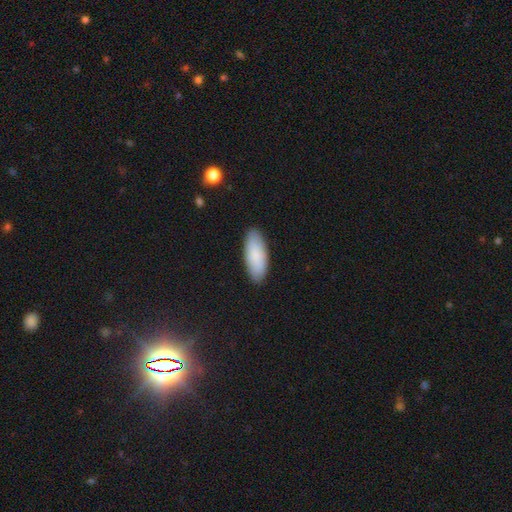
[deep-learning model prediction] smooth 85%, featured or disk 9%, star or artifact 6%. Down the decision tree: how rounded — in between (81%); merging — none (88%).